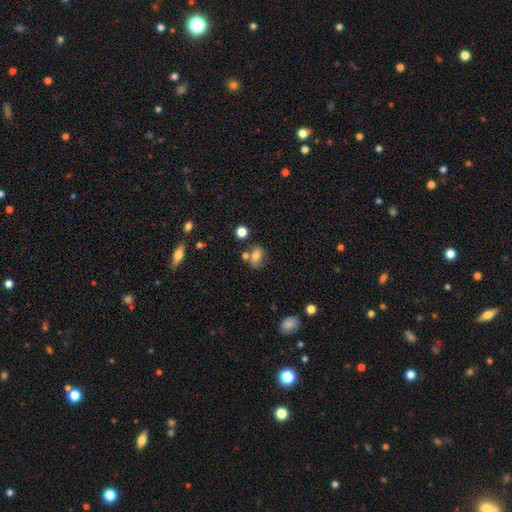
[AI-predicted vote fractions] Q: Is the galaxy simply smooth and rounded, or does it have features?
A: smooth — 73%.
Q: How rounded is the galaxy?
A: in between — 62%.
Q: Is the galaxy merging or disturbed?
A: none — 59%.